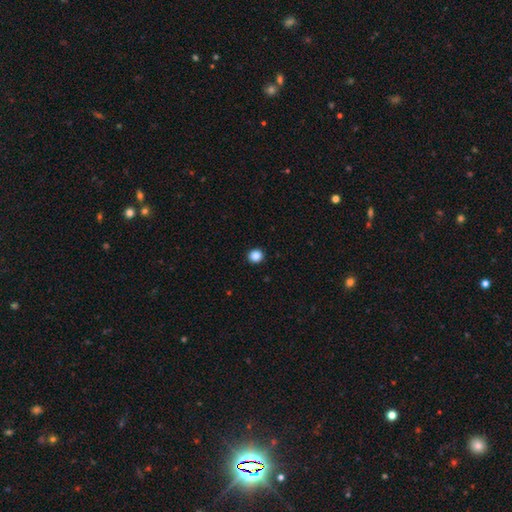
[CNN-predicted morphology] Q: Smooth or featured?
A: smooth (86%); runner-up: star or artifact (11%)
Q: How rounded?
A: round (88%); runner-up: in between (11%)
Q: Merging?
A: none (93%); runner-up: minor disturbance (4%)